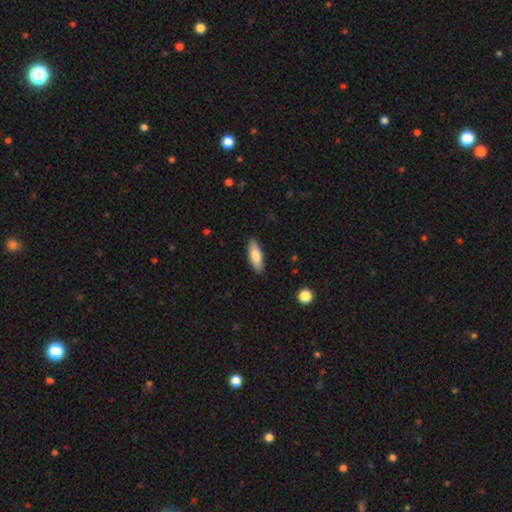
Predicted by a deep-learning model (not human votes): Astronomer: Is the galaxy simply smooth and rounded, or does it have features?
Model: smooth — 78%.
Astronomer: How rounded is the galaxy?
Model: in between — 59% (runner-up: cigar-shaped, 39%).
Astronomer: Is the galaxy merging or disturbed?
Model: none — 88%.